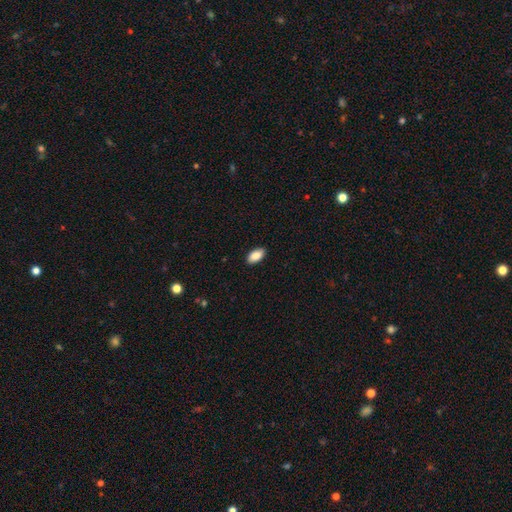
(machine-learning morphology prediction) smooth-or-featured: smooth: 88% | star or artifact: 7% | featured or disk: 5%
  how-rounded: in between: 93% | cigar-shaped: 4% | round: 3%
  merging: none: 89% | minor disturbance: 8% | major disturbance: 2% | merger: 1%